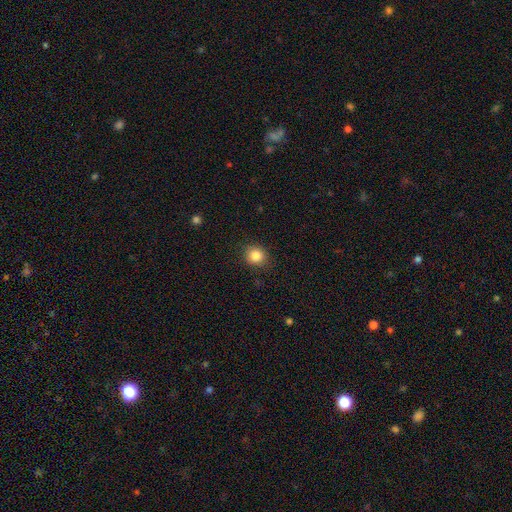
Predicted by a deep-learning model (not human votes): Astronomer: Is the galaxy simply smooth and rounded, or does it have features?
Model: smooth — 85%.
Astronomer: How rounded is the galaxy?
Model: round — 83%.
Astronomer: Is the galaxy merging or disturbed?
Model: none — 88%.